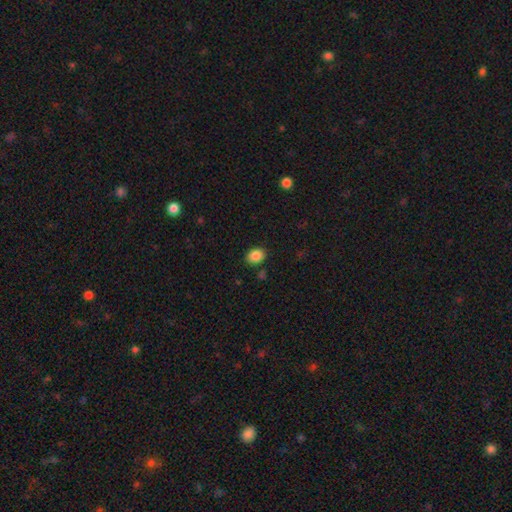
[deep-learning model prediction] Overall: smooth (87%). How rounded: in between (57%; round 42%). Merging: none (86%).